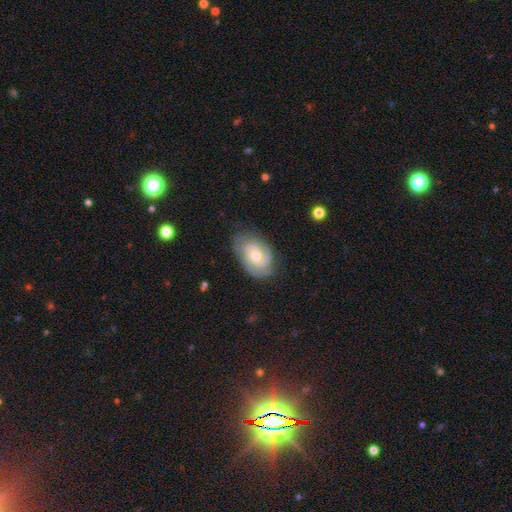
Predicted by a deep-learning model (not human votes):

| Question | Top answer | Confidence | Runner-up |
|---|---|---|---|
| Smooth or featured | featured or disk | 68% | smooth (26%) |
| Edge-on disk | no | 96% | yes (4%) |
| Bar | no | 73% | weak (23%) |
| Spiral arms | yes | 88% | no (12%) |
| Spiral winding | tight | 56% | medium (34%) |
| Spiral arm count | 2 | 42% | can't tell (31%) |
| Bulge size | moderate | 56% | small (38%) |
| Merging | none | 67% | minor disturbance (24%) |